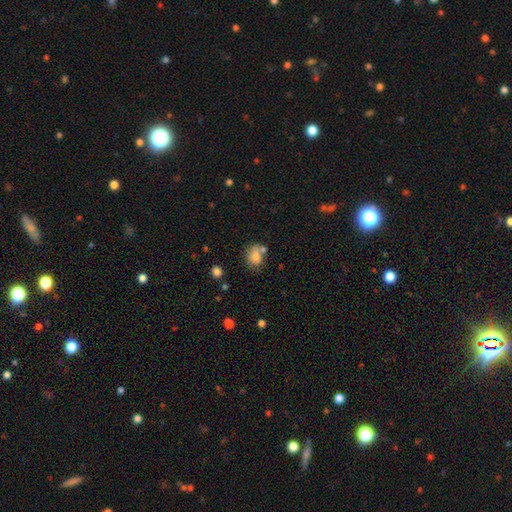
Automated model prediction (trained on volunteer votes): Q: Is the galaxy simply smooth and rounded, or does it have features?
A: smooth — 78%.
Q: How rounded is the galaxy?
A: in between — 65%.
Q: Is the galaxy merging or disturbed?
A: none — 46%.